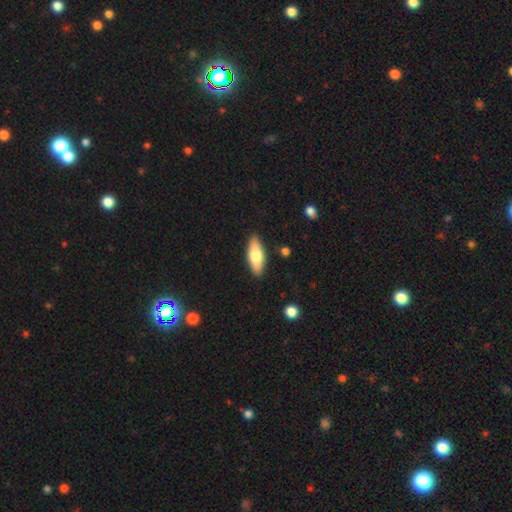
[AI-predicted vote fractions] Smooth or featured? smooth (68%)
How rounded? in between (68%)
Merging? none (89%)